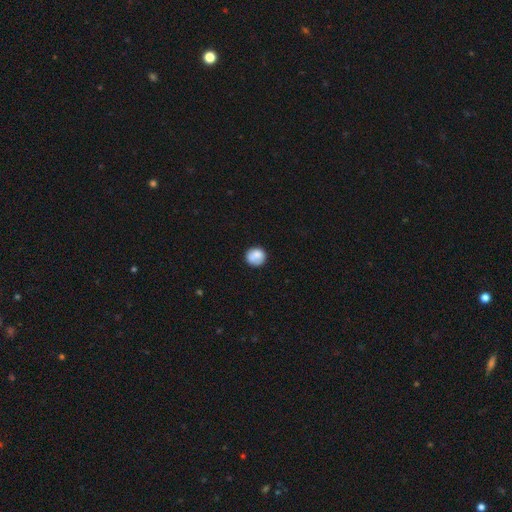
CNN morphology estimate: smooth 81%, featured or disk 11%, star or artifact 8%. Down the decision tree: how rounded — round (88%); merging — none (75%).